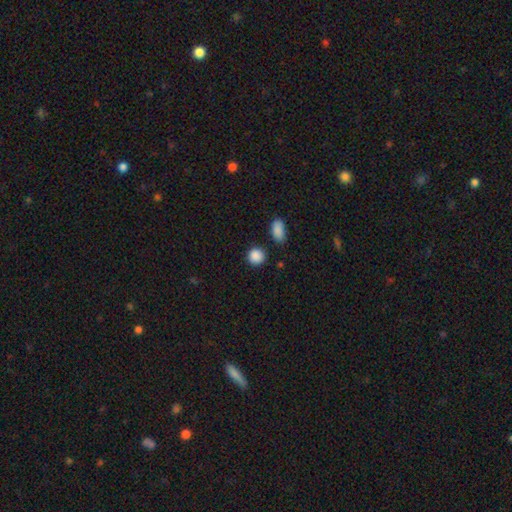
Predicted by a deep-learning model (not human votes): A smooth galaxy with no disk features (88%) that is round (87%). Merging: none (85%).